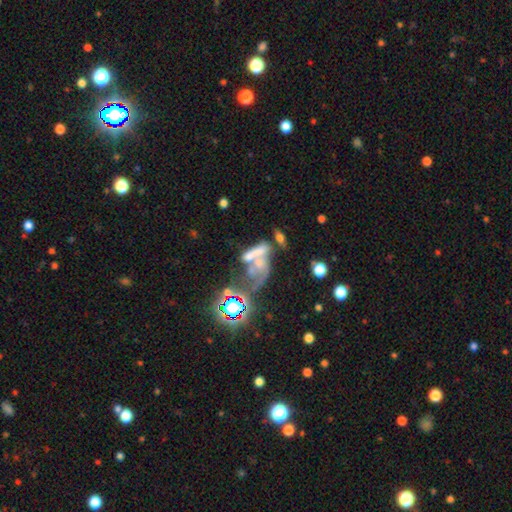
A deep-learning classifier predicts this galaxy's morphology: This appears to be a featured or disk galaxy (41%). Merging: merger (61%).